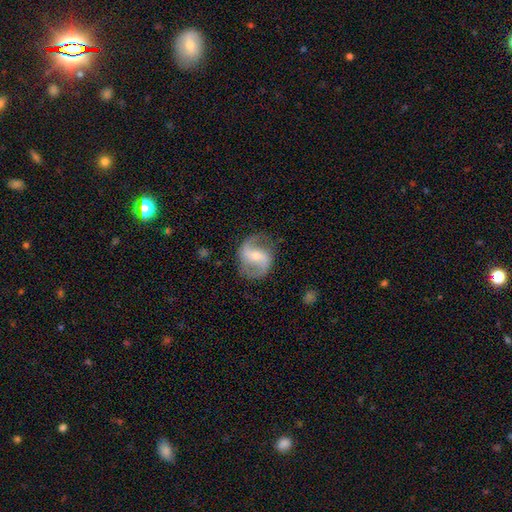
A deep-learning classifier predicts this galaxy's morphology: The model was most divided on "spiral winding": medium: 45%, loose: 44%, tight: 11%. Remaining: edge-on disk — no (98%); spiral arms — yes (96%); spiral arm count — 2 (93%); smooth or featured — featured or disk (86%); merging — none (80%); bulge size — moderate (49%); bar — weak (45%).